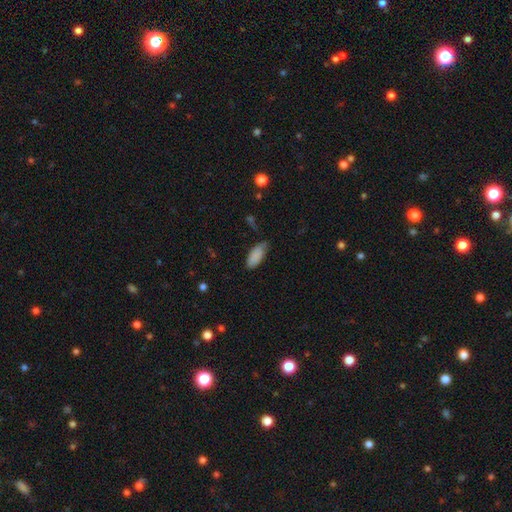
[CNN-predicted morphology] Smooth or featured: smooth — 87% (star or artifact — 7%)
How rounded: in between — 85% (cigar-shaped — 14%)
Merging: none — 64% (minor disturbance — 28%)